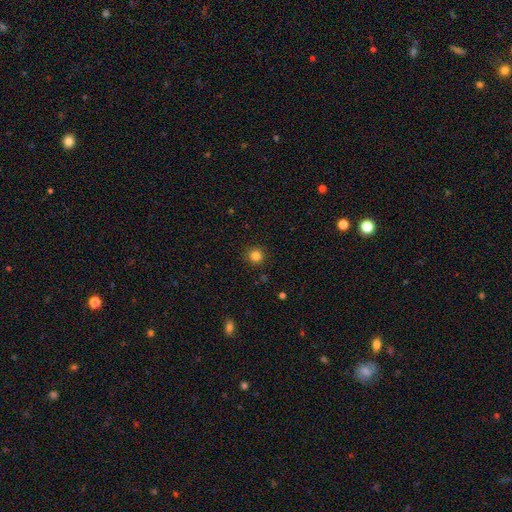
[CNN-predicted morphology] Smooth or featured? smooth (83%)
How rounded? round (95%)
Merging? none (91%)